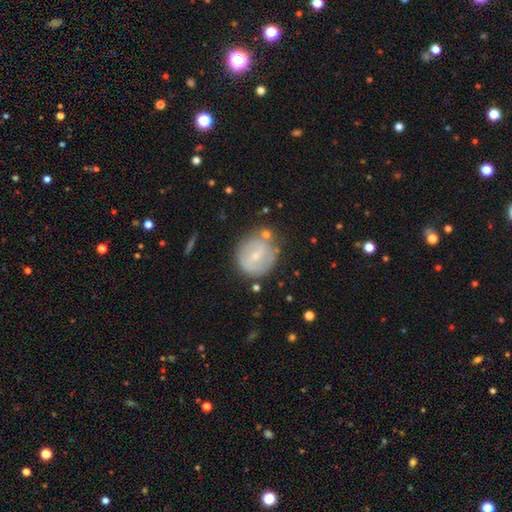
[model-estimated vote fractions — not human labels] Q: Smooth or featured?
A: smooth (48%); runner-up: featured or disk (45%)
Q: Merging?
A: none (66%); runner-up: minor disturbance (18%)